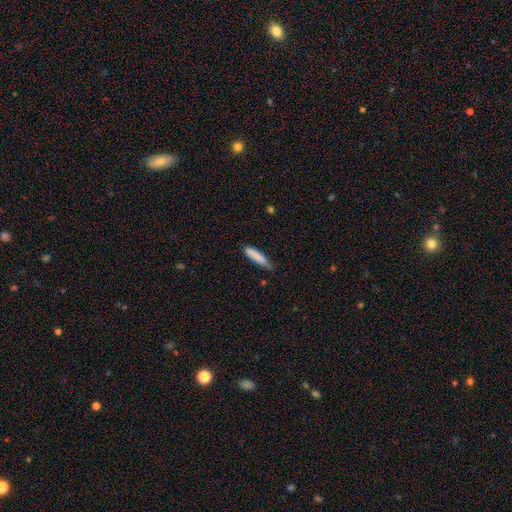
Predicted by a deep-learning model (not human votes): smooth 85%, featured or disk 9%, star or artifact 6%. Down the decision tree: how rounded — cigar-shaped (81%); merging — none (67%).